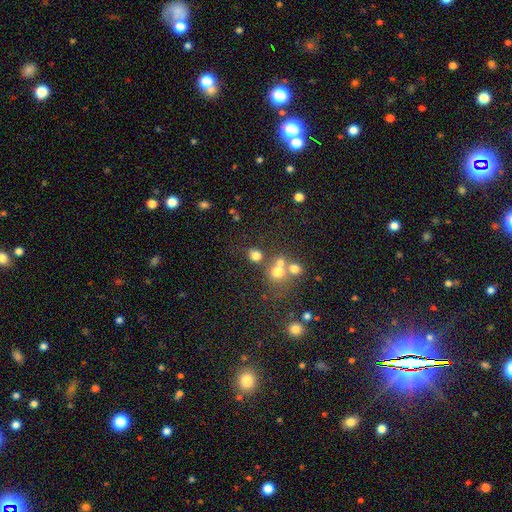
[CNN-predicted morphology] Smooth or featured?
  - smooth: 71% *
  - star or artifact: 17%
  - featured or disk: 12%
How rounded?
  - round: 77% *
  - in between: 21%
  - cigar-shaped: 1%
Merging?
  - none: 57% *
  - merger: 26%
  - minor disturbance: 10%
  - major disturbance: 7%